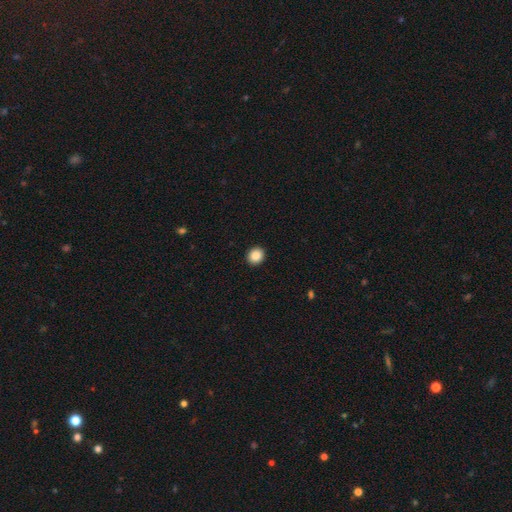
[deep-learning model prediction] The model was most divided on "how rounded": round: 80%, in between: 20%, cigar-shaped: 1%. More confident: merging — none (93%); smooth or featured — smooth (87%).